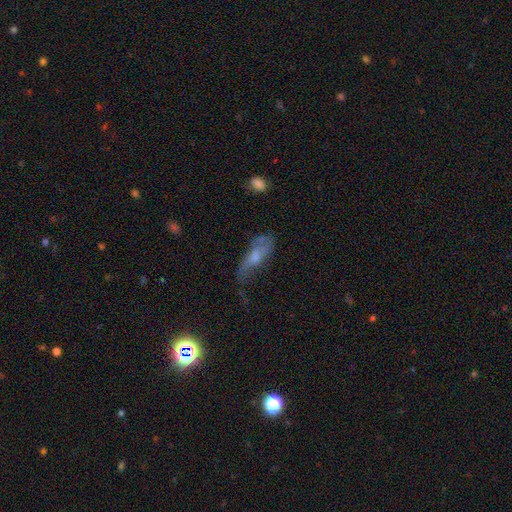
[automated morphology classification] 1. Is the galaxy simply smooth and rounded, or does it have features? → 45% smooth (tied), 45% featured or disk (tied), 10% star or artifact.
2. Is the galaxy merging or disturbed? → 37% none, 29% minor disturbance, 29% major disturbance, 5% merger.